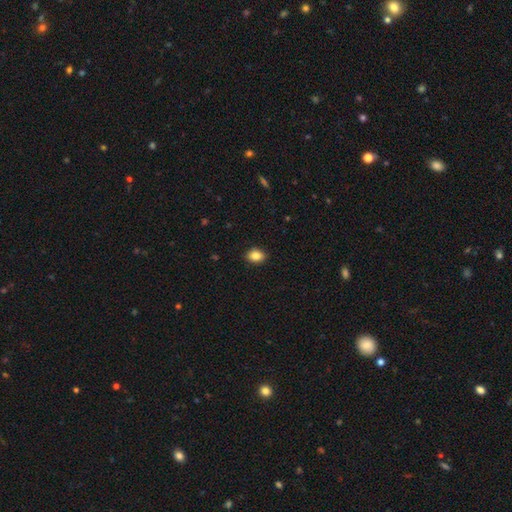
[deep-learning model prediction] smooth_or_featured: smooth (p=0.85) [alt: star or artifact p=0.09]
how_rounded: in between (p=0.64) [alt: round p=0.35]
merging: none (p=0.90) [alt: minor disturbance p=0.07]